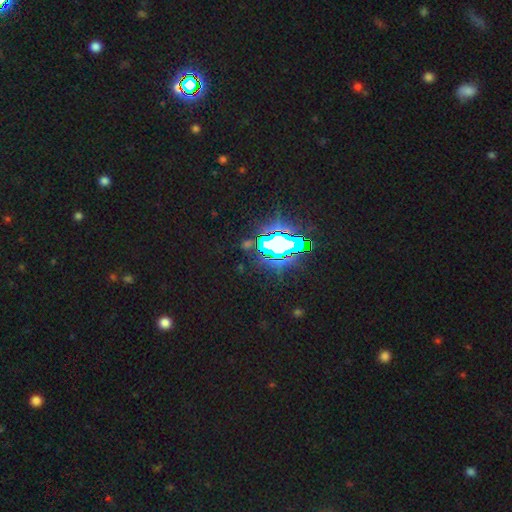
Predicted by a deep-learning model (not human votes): star or artifact 85%, smooth 9%, featured or disk 7%.